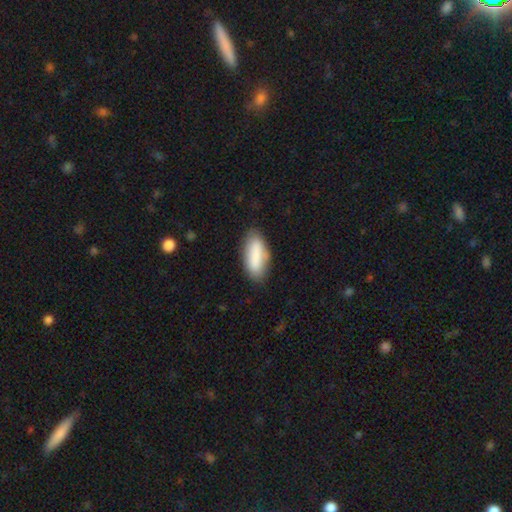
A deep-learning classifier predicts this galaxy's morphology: Smooth or featured?
  - smooth: 83% *
  - featured or disk: 11%
  - star or artifact: 6%
How rounded?
  - in between: 82% *
  - cigar-shaped: 16%
  - round: 2%
Merging?
  - none: 76% *
  - minor disturbance: 17%
  - major disturbance: 4%
  - merger: 3%